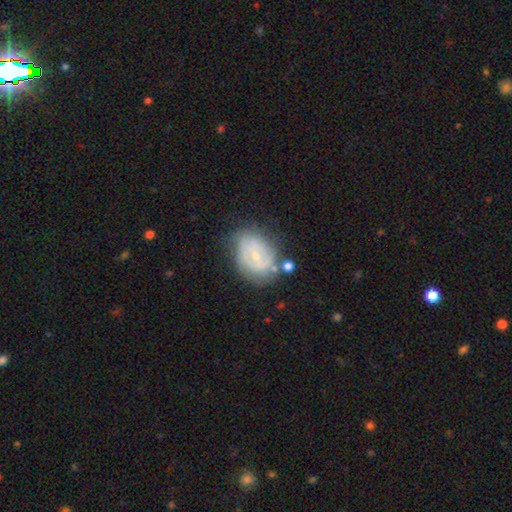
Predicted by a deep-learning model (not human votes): Q: Smooth or featured?
A: featured or disk (63%); runner-up: smooth (30%)
Q: Edge-on disk?
A: no (97%); runner-up: yes (3%)
Q: Bar?
A: no (50%); runner-up: weak (39%)
Q: Spiral arms?
A: yes (62%); runner-up: no (38%)
Q: Bulge size?
A: small (65%); runner-up: moderate (30%)
Q: Merging?
A: none (56%); runner-up: minor disturbance (26%)